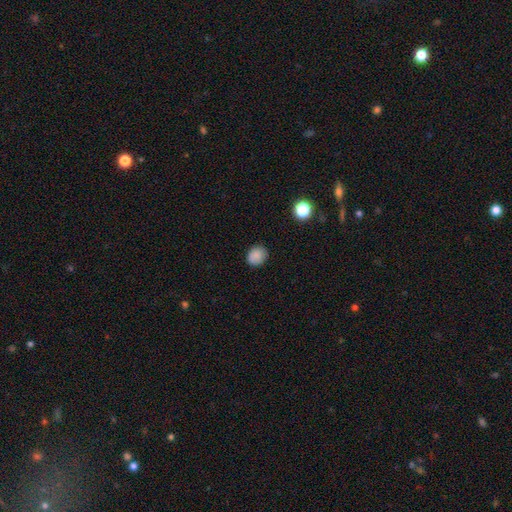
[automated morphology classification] This appears to be a smooth galaxy with no disk features (86%) that is round (69%). Merging: none (86%).